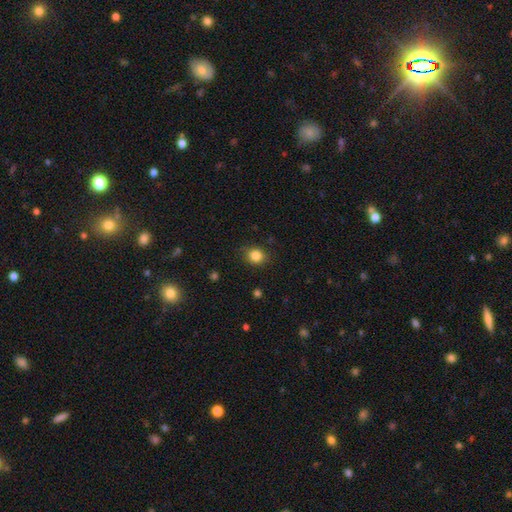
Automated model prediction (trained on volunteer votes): Smooth or featured? Predicted: smooth (p=0.84). How rounded? Predicted: round (p=0.73). Merging? Predicted: none (p=0.85).